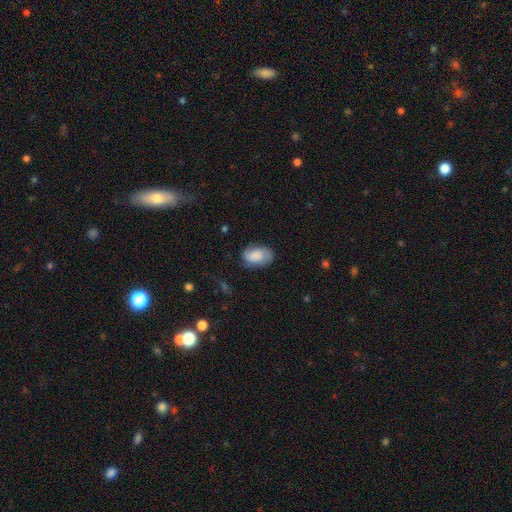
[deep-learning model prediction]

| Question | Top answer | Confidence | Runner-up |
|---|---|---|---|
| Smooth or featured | smooth | 66% | featured or disk (26%) |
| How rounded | in between | 90% | round (8%) |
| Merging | none | 72% | minor disturbance (20%) |